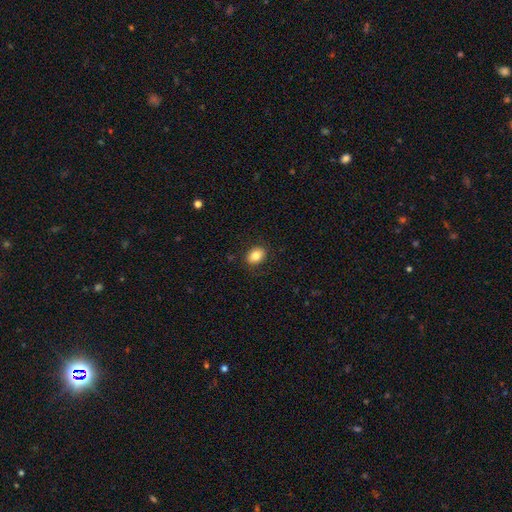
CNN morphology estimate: A smooth galaxy with no disk features (83%) that is in between round and cigar-shaped (69%). Merging: none (87%).